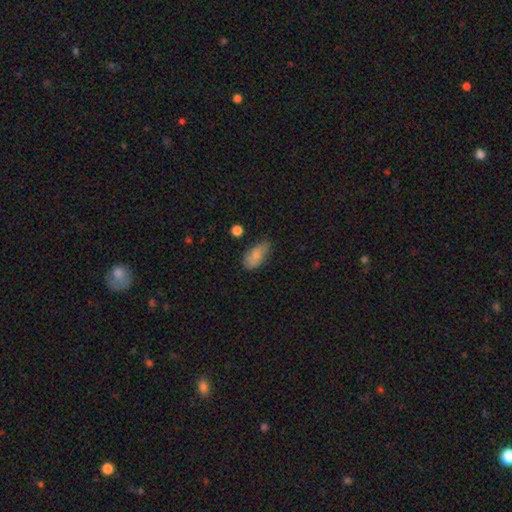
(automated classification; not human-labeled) A smooth galaxy with no disk features (82%) that is in between round and cigar-shaped (91%). Merging: none (56%).